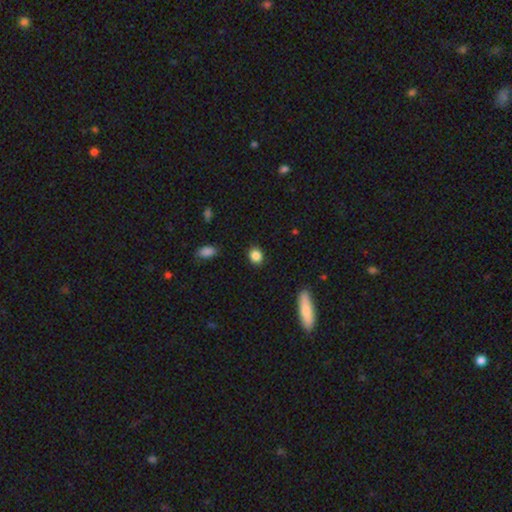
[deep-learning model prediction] smooth 87%, star or artifact 9%, featured or disk 4%. Down the decision tree: how rounded — round (62%); merging — none (88%).